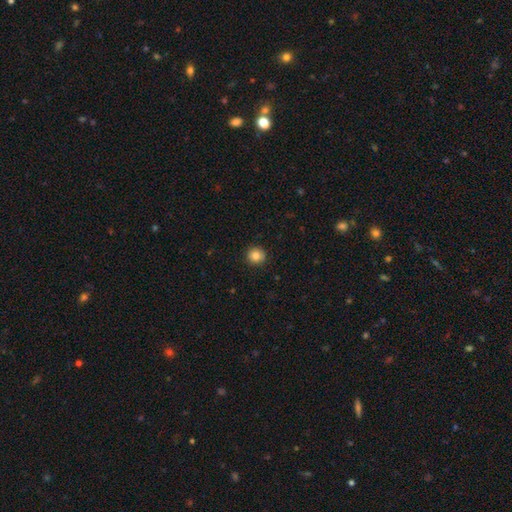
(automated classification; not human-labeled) This appears to be a smooth galaxy with no disk features (85%) that is round (92%). Merging: none (92%).